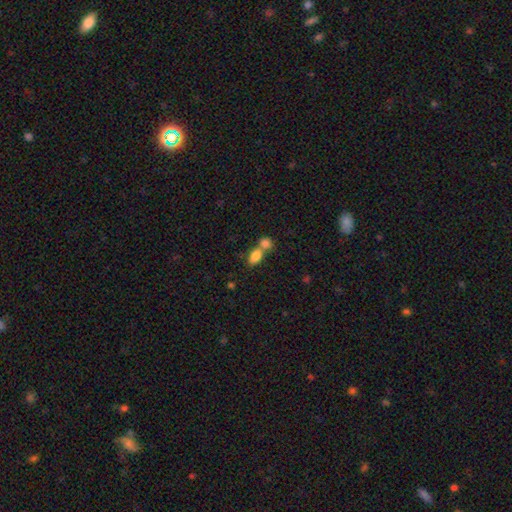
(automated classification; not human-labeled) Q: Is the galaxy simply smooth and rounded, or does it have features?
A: smooth — 83%.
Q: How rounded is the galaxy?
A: in between — 84%.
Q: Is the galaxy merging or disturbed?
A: merger — 57%.